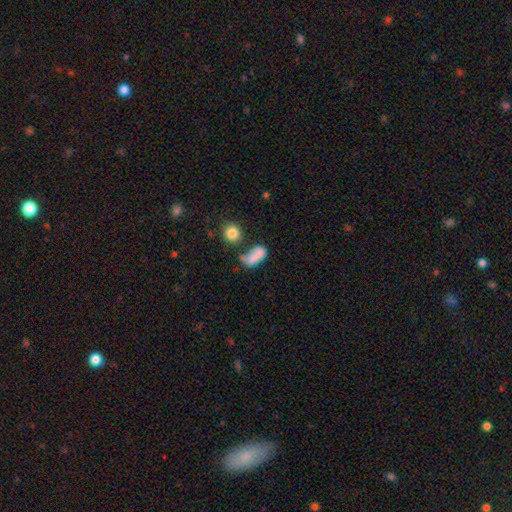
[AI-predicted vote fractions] A smooth galaxy with no disk features (73%) that is in between round and cigar-shaped (80%).

Vote fractions:
- Smooth or featured? smooth: 73% / featured or disk: 16% / star or artifact: 11%
- How rounded? in between: 80% / cigar-shaped: 12% / round: 8%
- Merging? none: 33% / minor disturbance: 24% / merger: 22% / major disturbance: 21%